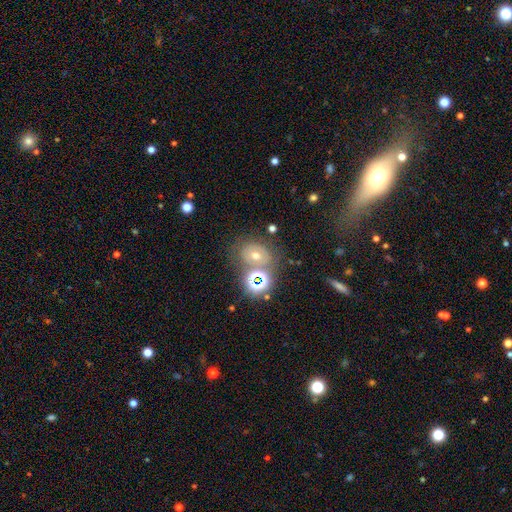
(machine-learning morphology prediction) Smooth or featured: smooth — 36% (star or artifact — 35%)
Merging: none — 62% (merger — 16%)